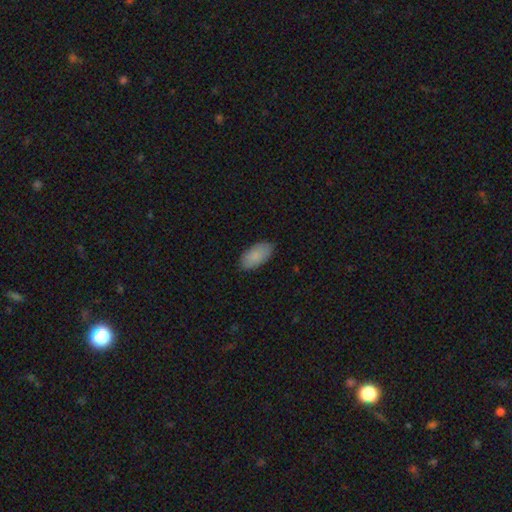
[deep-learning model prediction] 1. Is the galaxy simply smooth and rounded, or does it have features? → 87% smooth, 7% featured or disk, 6% star or artifact.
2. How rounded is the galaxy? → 95% in between, 3% cigar-shaped, 2% round.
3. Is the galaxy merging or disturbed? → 85% none, 12% minor disturbance, 2% major disturbance, 1% merger.